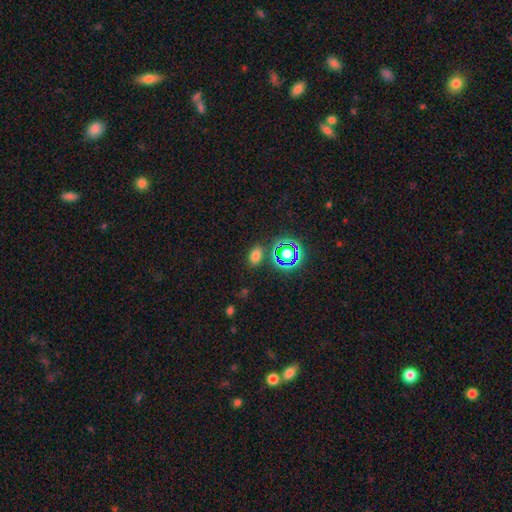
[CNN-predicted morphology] type=smooth (69%); roundness=in between (79%); merging=none (82%).